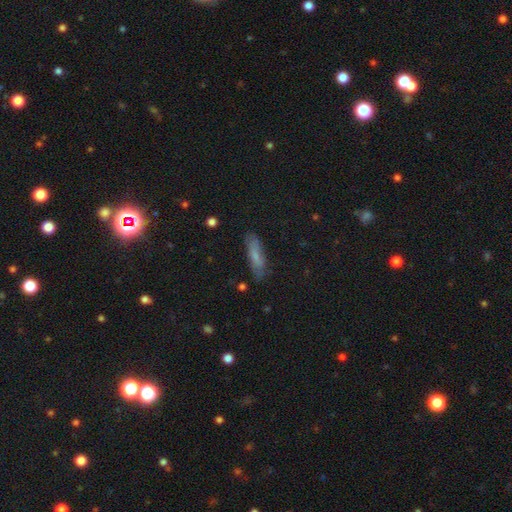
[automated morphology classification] smooth-or-featured: smooth: 71% | featured or disk: 21% | star or artifact: 8%
  how-rounded: cigar-shaped: 62% | in between: 36% | round: 2%
  merging: none: 78% | minor disturbance: 16% | major disturbance: 4% | merger: 2%